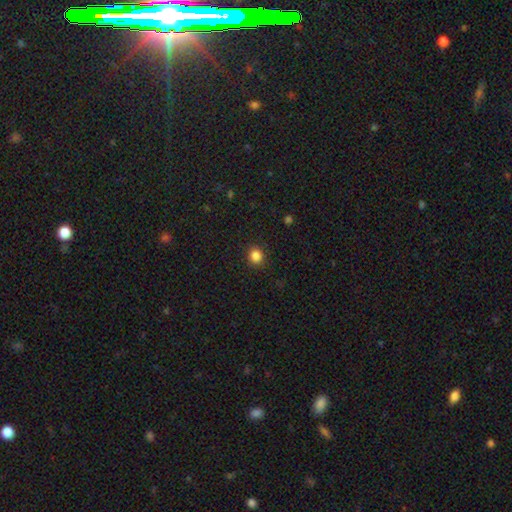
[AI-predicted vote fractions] Morphology: type=smooth (85%); roundness=round (86%); merging=none (91%).